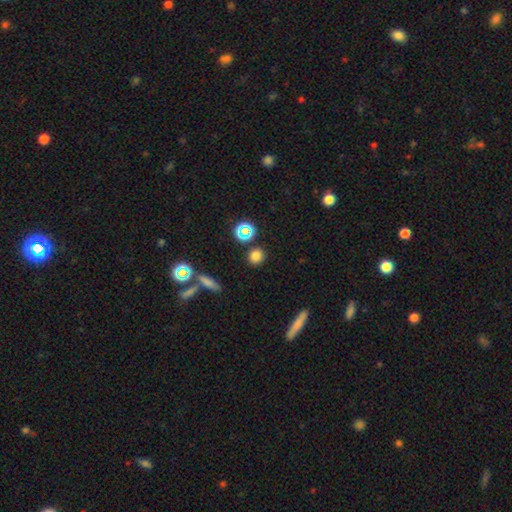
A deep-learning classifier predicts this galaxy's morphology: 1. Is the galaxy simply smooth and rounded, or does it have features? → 78% smooth, 16% star or artifact, 6% featured or disk.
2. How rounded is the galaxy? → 84% round, 14% in between, 2% cigar-shaped.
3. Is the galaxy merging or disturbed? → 86% none, 7% minor disturbance, 5% merger, 2% major disturbance.